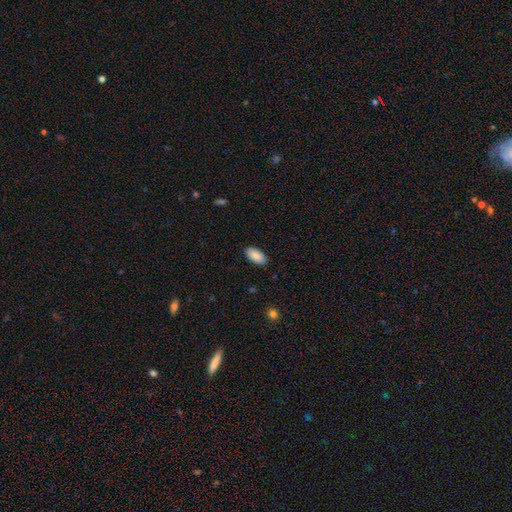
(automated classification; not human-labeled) smooth_or_featured: smooth (p=0.90) [alt: star or artifact p=0.06]
how_rounded: in between (p=0.94) [alt: cigar-shaped p=0.04]
merging: none (p=0.89) [alt: minor disturbance p=0.09]